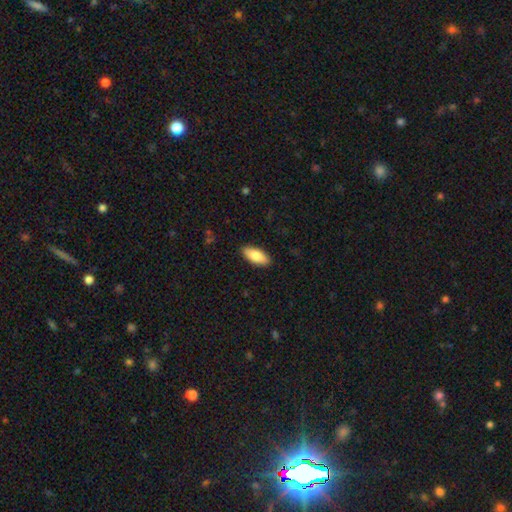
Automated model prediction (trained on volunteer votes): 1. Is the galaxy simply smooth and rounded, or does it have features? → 83% smooth, 11% featured or disk, 6% star or artifact.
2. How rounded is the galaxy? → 84% in between, 14% cigar-shaped, 2% round.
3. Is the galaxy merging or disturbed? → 89% none, 8% minor disturbance, 2% major disturbance, 1% merger.